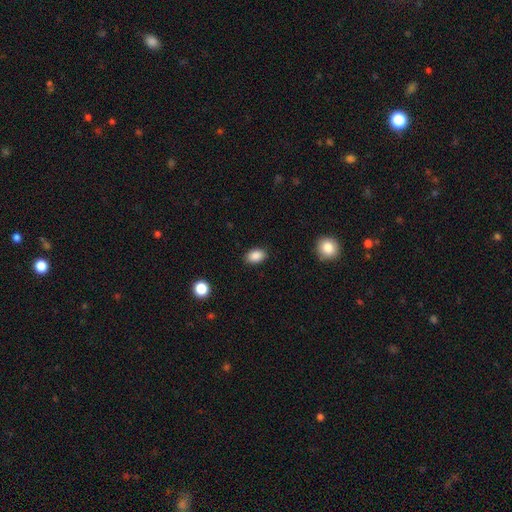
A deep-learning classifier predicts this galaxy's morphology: Q: Smooth or featured?
A: smooth (88%); runner-up: star or artifact (9%)
Q: How rounded?
A: in between (84%); runner-up: round (15%)
Q: Merging?
A: none (87%); runner-up: minor disturbance (9%)